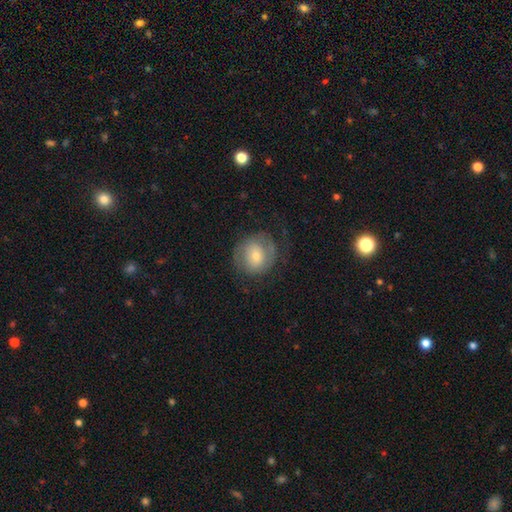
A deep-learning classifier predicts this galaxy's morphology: Smooth or featured: smooth — 47% (featured or disk — 45%)
Merging: none — 67% (minor disturbance — 17%)